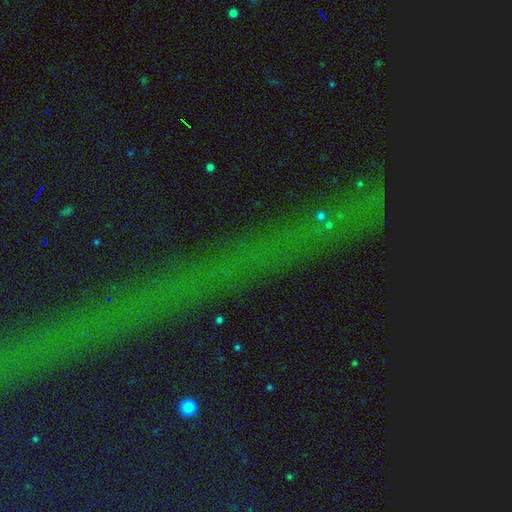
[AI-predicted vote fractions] smooth_or_featured: star or artifact (p=0.72) [alt: featured or disk p=0.15]